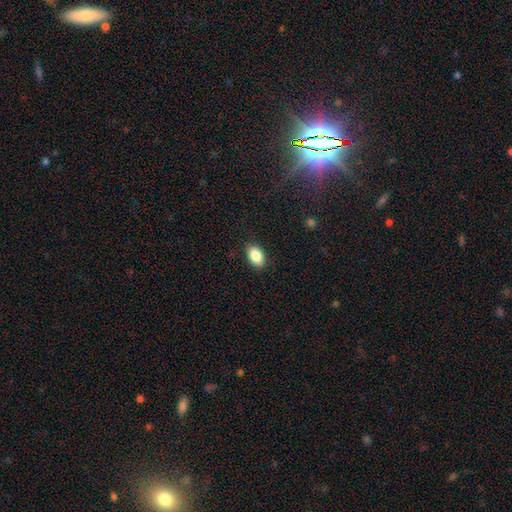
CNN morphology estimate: This is clearly a smooth galaxy (87%). How rounded: clearly in between (91%). Merging: clearly none (88%).